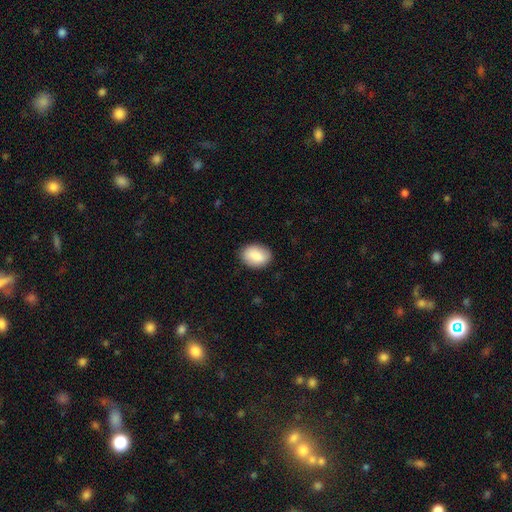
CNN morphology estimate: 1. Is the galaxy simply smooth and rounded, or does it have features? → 87% smooth, 7% featured or disk, 6% star or artifact.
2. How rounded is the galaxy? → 76% in between, 23% round, 1% cigar-shaped.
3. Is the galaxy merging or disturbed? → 86% none, 11% minor disturbance, 2% major disturbance, 1% merger.